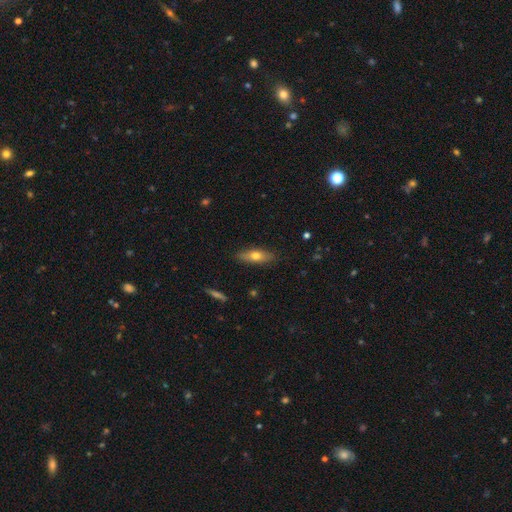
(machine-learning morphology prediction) Smooth or featured? smooth (61%)
How rounded? in between (57%)
Merging? none (86%)